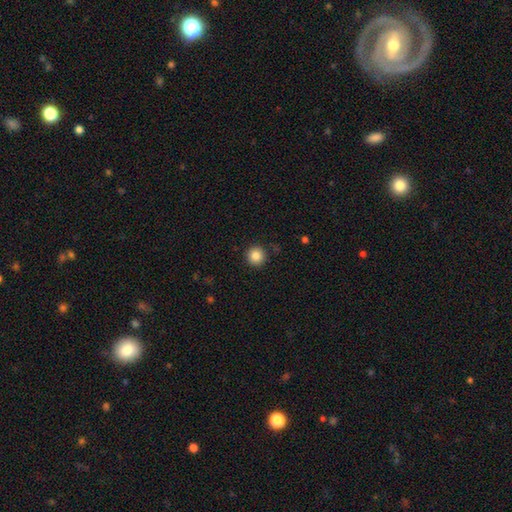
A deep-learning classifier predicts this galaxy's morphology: This appears to be a smooth galaxy with no disk features (85%) that is round (95%). Merging: none (91%).